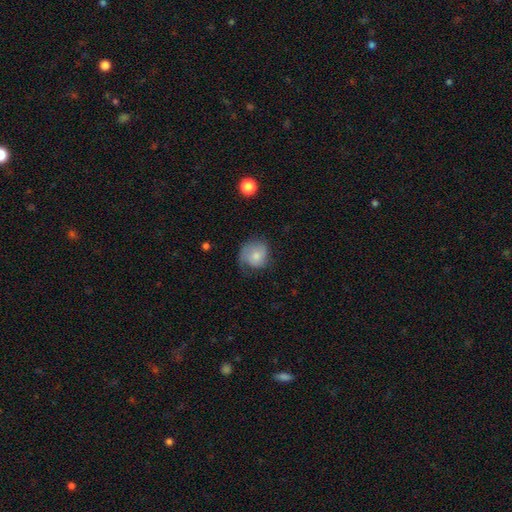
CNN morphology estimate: type=smooth (64%); roundness=round (75%); merging=none (46%).